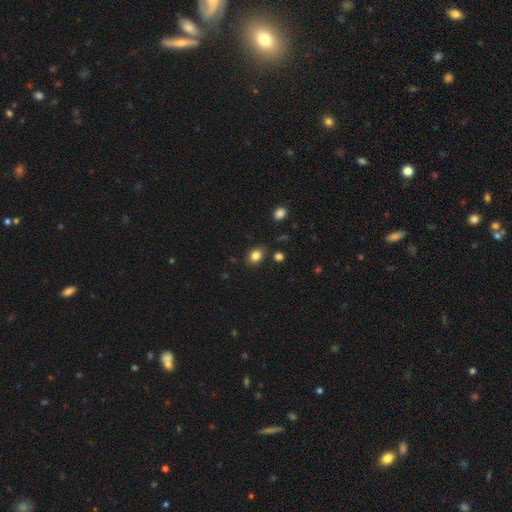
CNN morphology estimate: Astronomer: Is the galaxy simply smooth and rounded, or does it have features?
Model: smooth — 83%.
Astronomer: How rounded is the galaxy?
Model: in between — 60% (runner-up: round, 39%).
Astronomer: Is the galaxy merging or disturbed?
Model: none — 84%.